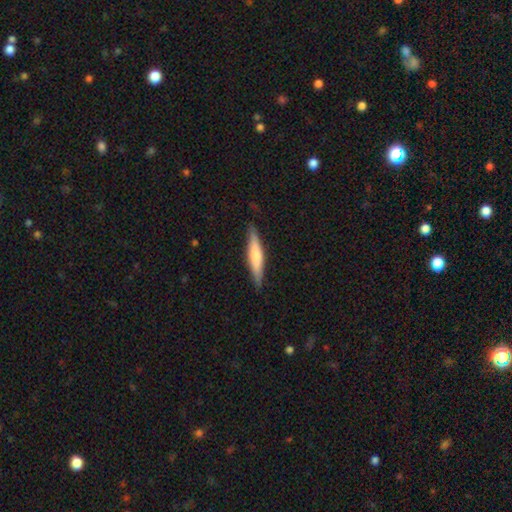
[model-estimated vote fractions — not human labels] A smooth galaxy with no disk features (60%) that is cigar-shaped (88%). Merging: none (86%).